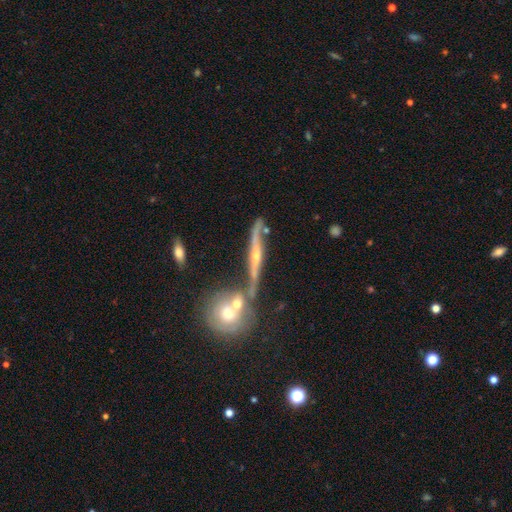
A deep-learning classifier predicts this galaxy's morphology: The model was most divided on "merging": none: 61%, minor disturbance: 16%, merger: 16%, major disturbance: 6%. More confident: edge-on disk — yes (85%); edge-on bulge — rounded (82%); smooth or featured — featured or disk (80%).